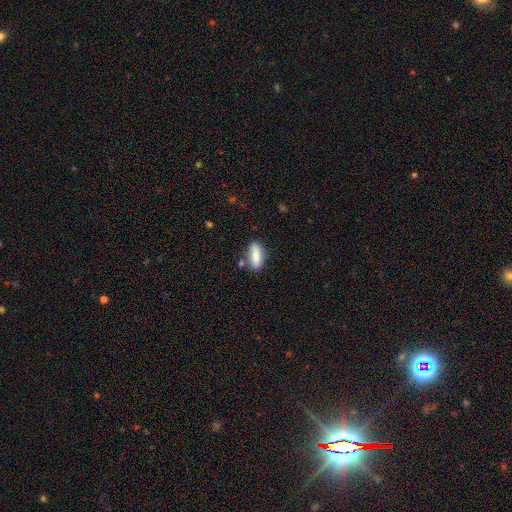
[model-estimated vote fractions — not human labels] Morphology: type=smooth (85%); roundness=in between (64%); merging=none (75%).